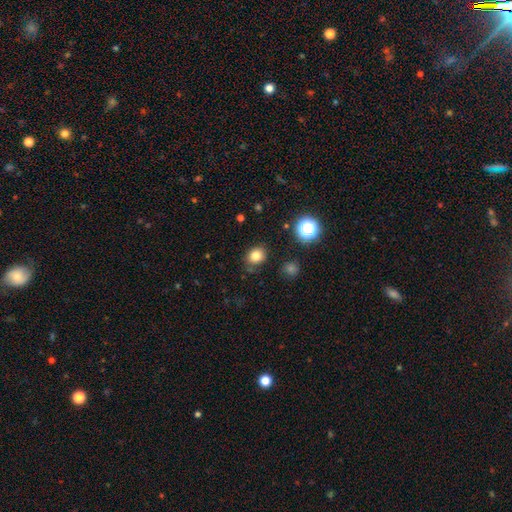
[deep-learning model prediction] Smooth or featured?
  - smooth: 80% *
  - star or artifact: 14%
  - featured or disk: 6%
How rounded?
  - round: 65% *
  - in between: 34%
  - cigar-shaped: 1%
Merging?
  - none: 81% *
  - minor disturbance: 13%
  - major disturbance: 3%
  - merger: 3%